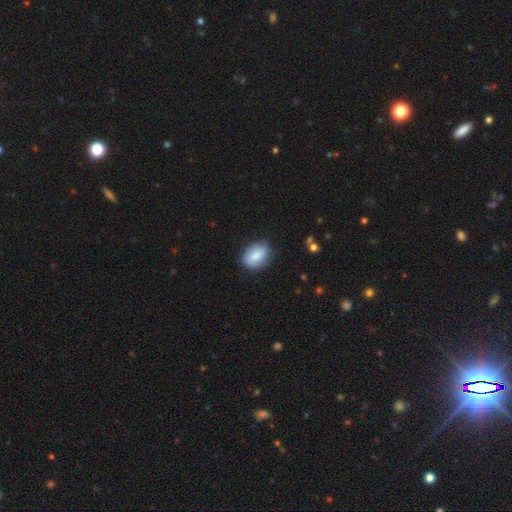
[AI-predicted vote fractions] Smooth or featured: smooth — 80% (featured or disk — 13%)
How rounded: in between — 78% (round — 21%)
Merging: none — 78% (minor disturbance — 17%)